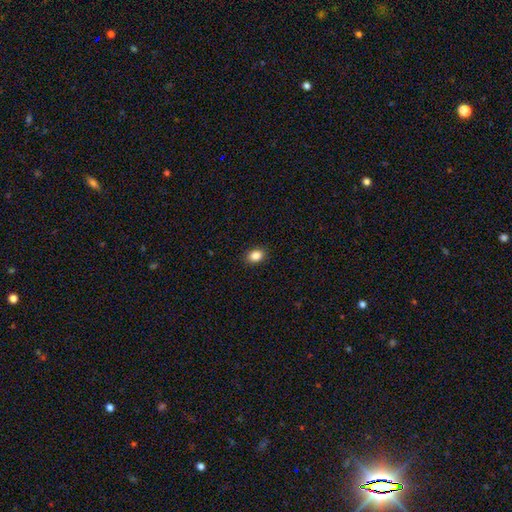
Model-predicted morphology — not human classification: smooth_or_featured: smooth (p=0.87) [alt: star or artifact p=0.09]
how_rounded: in between (p=0.67) [alt: round p=0.32]
merging: none (p=0.90) [alt: minor disturbance p=0.07]